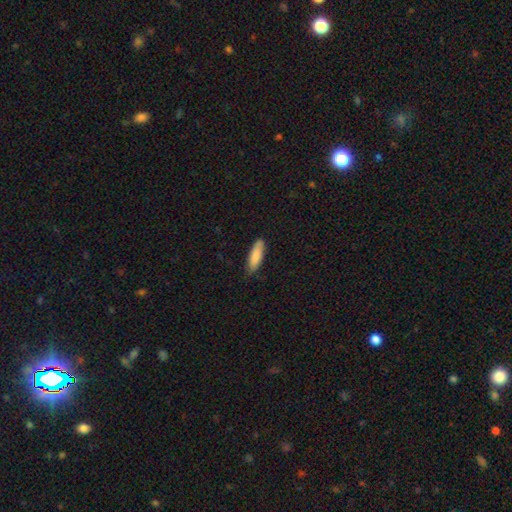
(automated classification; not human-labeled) Q: Smooth or featured?
A: smooth (86%); runner-up: featured or disk (8%)
Q: How rounded?
A: cigar-shaped (53%); runner-up: in between (45%)
Q: Merging?
A: none (80%); runner-up: minor disturbance (17%)